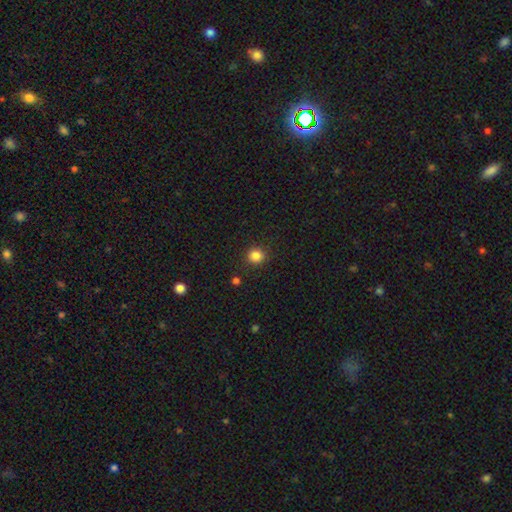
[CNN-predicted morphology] smooth_or_featured: smooth (p=0.84) [alt: star or artifact p=0.12]
how_rounded: round (p=0.92) [alt: in between p=0.07]
merging: none (p=0.90) [alt: minor disturbance p=0.06]